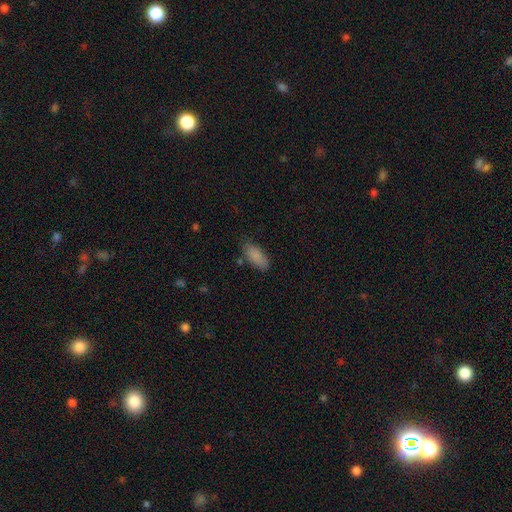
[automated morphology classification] A smooth galaxy with no disk features (87%) that is in between round and cigar-shaped (86%). Merging: none (76%).